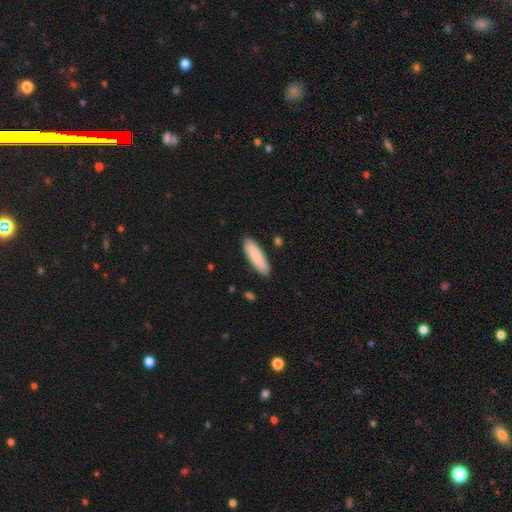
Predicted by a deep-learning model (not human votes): Q: Smooth or featured?
A: smooth (85%); runner-up: featured or disk (9%)
Q: How rounded?
A: cigar-shaped (56%); runner-up: in between (43%)
Q: Merging?
A: none (87%); runner-up: minor disturbance (10%)